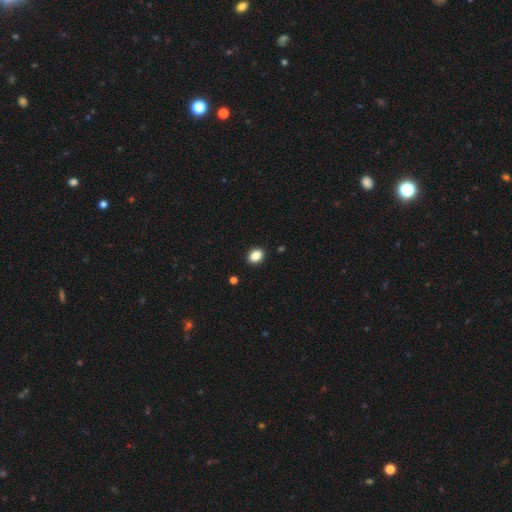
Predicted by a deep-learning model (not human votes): Smooth or featured? smooth (86%)
How rounded? in between (63%)
Merging? none (91%)